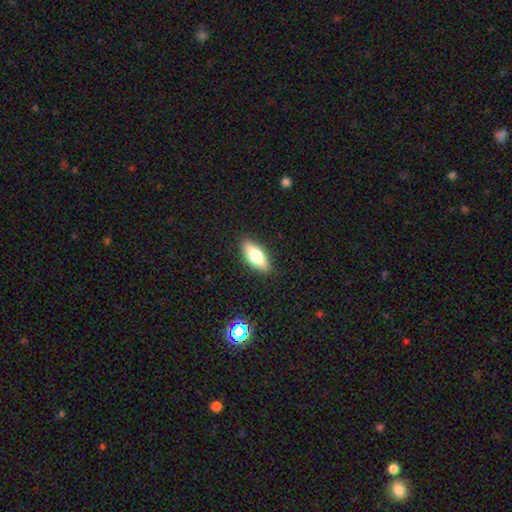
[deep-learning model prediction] Smooth or featured? smooth (66%)
How rounded? in between (74%)
Merging? none (89%)